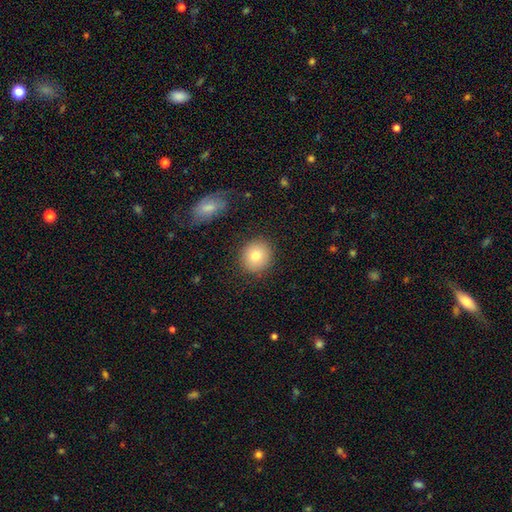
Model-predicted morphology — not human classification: Q: Smooth or featured?
A: smooth (80%); runner-up: featured or disk (11%)
Q: How rounded?
A: round (88%); runner-up: in between (11%)
Q: Merging?
A: none (88%); runner-up: minor disturbance (7%)